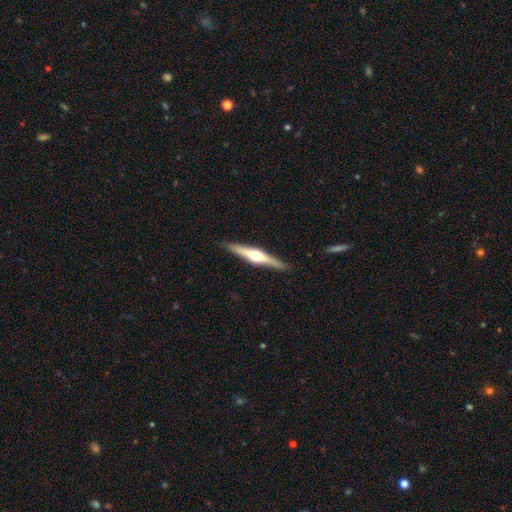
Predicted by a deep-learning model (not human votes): A featured or disk galaxy (73%) viewed edge-on (98%) with a rounded central bulge (92%).

Vote fractions:
- Smooth or featured? featured or disk: 73% / smooth: 22% / star or artifact: 5%
- Edge-on disk? yes: 98% / no: 2%
- Edge-on bulge? rounded: 92% / boxy: 5% / none: 3%
- Merging? none: 90% / minor disturbance: 7% / major disturbance: 1% / merger: 1%